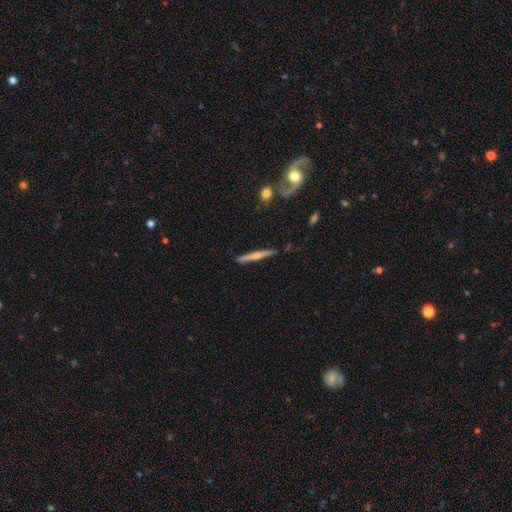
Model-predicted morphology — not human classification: smooth-or-featured: featured or disk: 51% | smooth: 44% | star or artifact: 5%
  disk-edge-on: yes: 97% | no: 3%
  merging: none: 86% | minor disturbance: 10% | merger: 2% | major disturbance: 2%